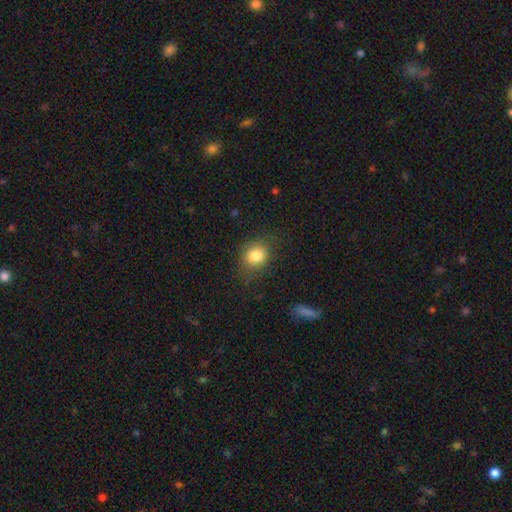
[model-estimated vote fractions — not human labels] Morphology: type=smooth (82%); roundness=round (56%); merging=none (74%).